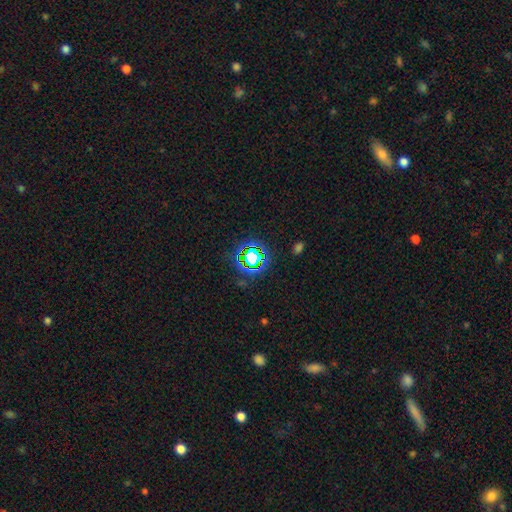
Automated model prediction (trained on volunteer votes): This appears to be a star or artifact, not a galaxy (67%).